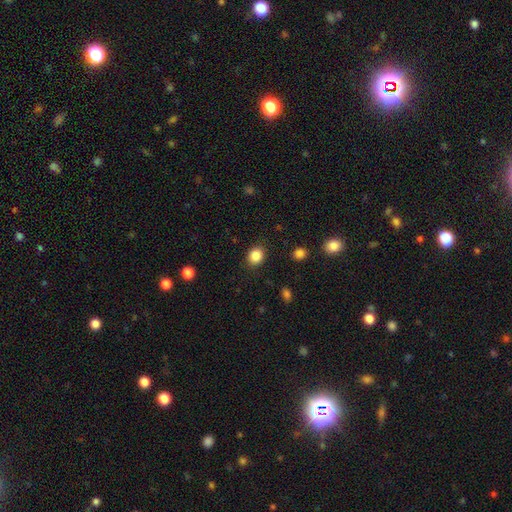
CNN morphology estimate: Smooth or featured? Predicted: smooth (p=0.87). How rounded? Predicted: round (p=0.64). Merging? Predicted: none (p=0.87).